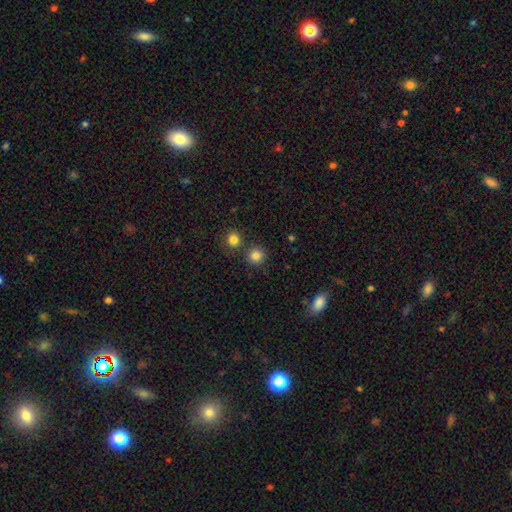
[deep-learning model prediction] Smooth or featured: smooth — 83% (star or artifact — 12%)
How rounded: round — 92% (in between — 7%)
Merging: none — 80% (merger — 11%)